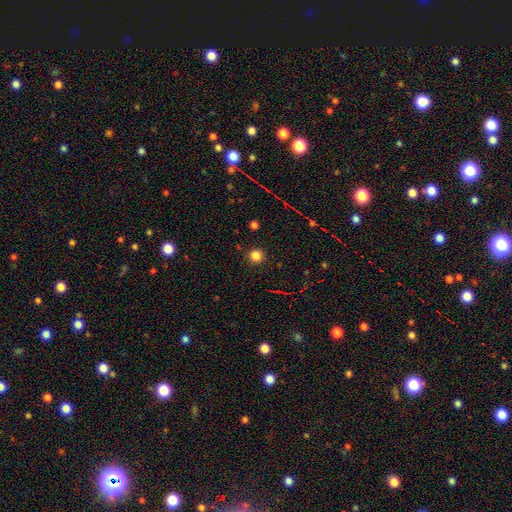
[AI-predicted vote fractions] A smooth galaxy with no disk features (82%) that is round (95%).

Vote fractions:
- Smooth or featured? smooth: 82% / star or artifact: 14% / featured or disk: 4%
- How rounded? round: 95% / in between: 4% / cigar-shaped: 1%
- Merging? none: 92% / minor disturbance: 5% / major disturbance: 2% / merger: 1%